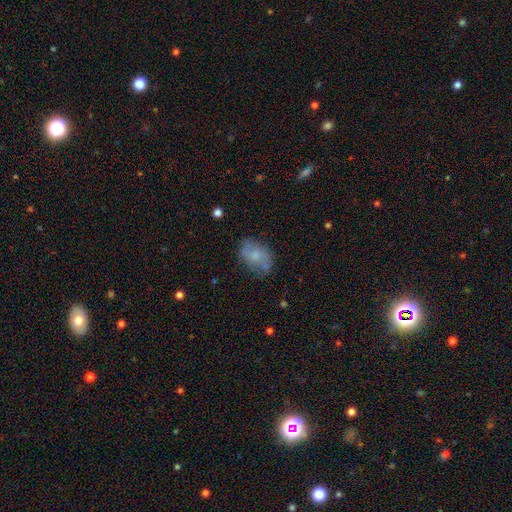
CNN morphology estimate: smooth 61%, featured or disk 31%, star or artifact 8%. Down the decision tree: how rounded — in between (81%); merging — none (65%).